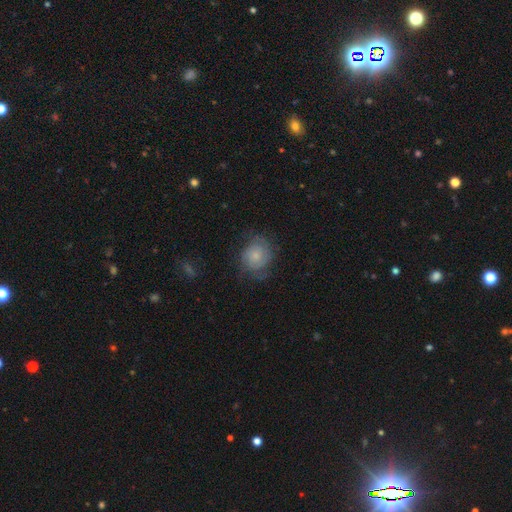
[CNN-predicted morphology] Q: Smooth or featured?
A: featured or disk (48%); runner-up: smooth (43%)
Q: Merging?
A: none (60%); runner-up: minor disturbance (25%)